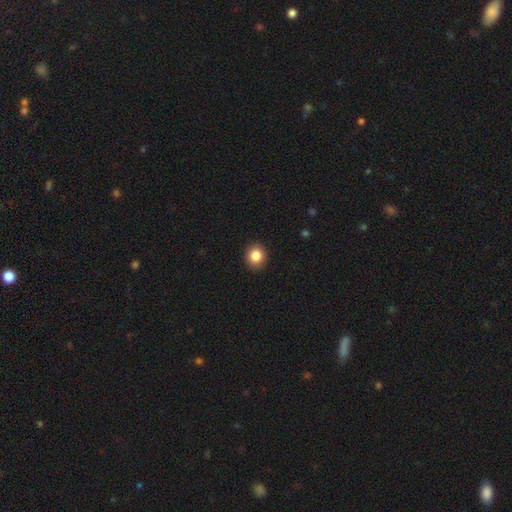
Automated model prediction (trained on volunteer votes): This is clearly a smooth galaxy (86%). How rounded: clearly round (80%). Merging: clearly none (91%).